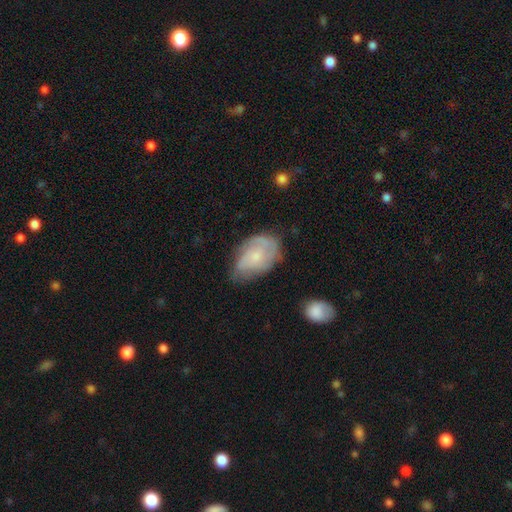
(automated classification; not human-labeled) A featured or disk galaxy (50%). Merging: none (54%).